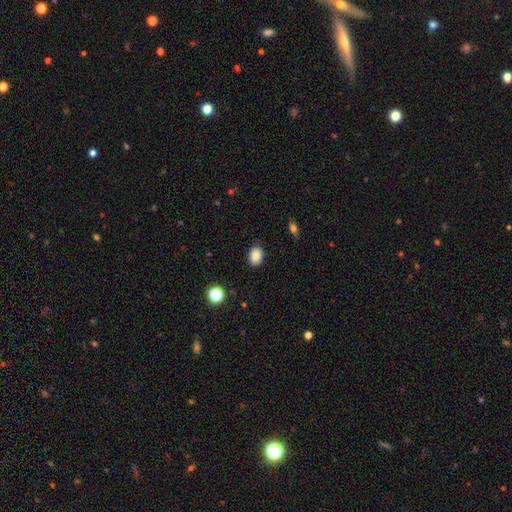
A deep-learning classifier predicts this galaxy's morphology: The model was most divided on "how rounded": in between: 70%, round: 29%, cigar-shaped: 1%. More confident: smooth or featured — smooth (87%); merging — none (86%).